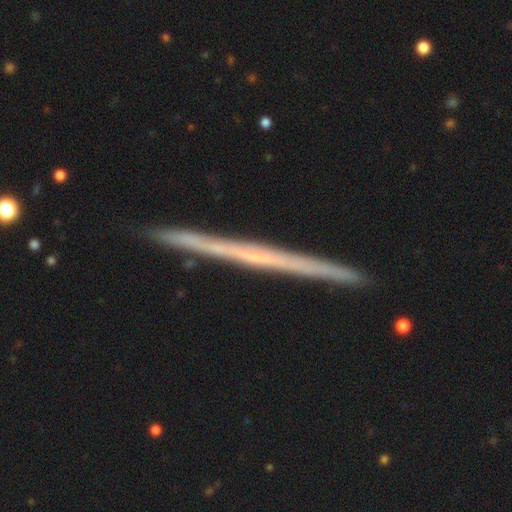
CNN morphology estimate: This appears to be a featured or disk galaxy (68%) viewed edge-on (98%) with no central bulge (90%). Merging: none (92%).